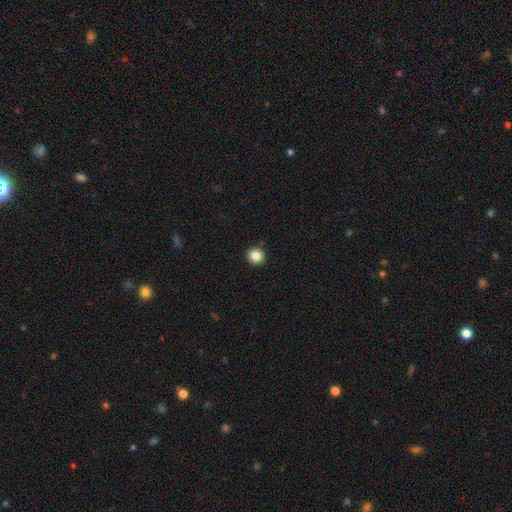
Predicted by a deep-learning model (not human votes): smooth-or-featured: smooth: 85% | star or artifact: 10% | featured or disk: 5%
  how-rounded: round: 94% | in between: 5% | cigar-shaped: 1%
  merging: none: 91% | minor disturbance: 5% | major disturbance: 2% | merger: 2%